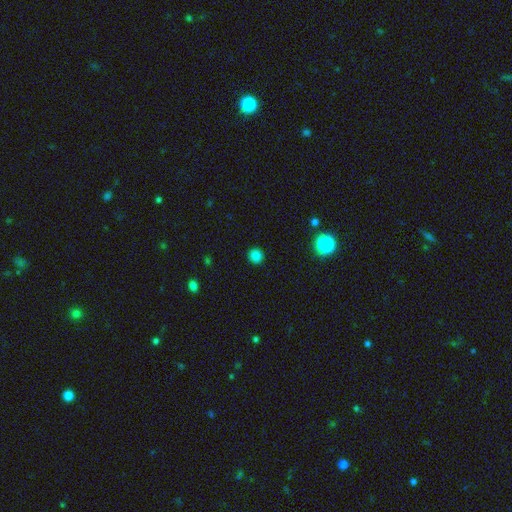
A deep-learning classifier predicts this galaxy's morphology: Overall: smooth (82%). How rounded: round (93%). Merging: none (92%).